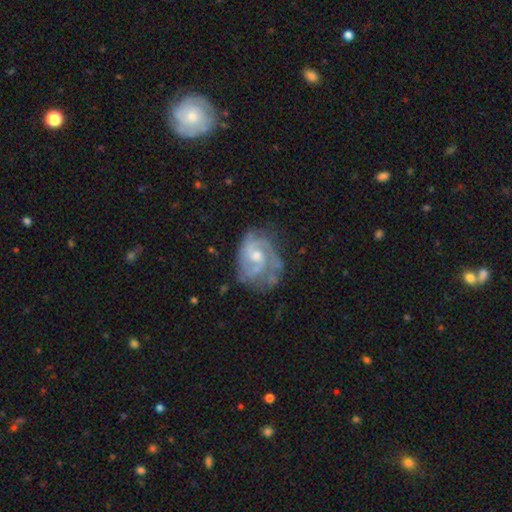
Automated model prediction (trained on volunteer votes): Overall: featured or disk (86%). Edge-on disk: no (98%). Bar: no (55%; weak 39%). Spiral arms: yes (95%). Spiral arm count: 2 (51%; 3 20%). Spiral winding: tight (46%; medium 43%). Bulge size: moderate (54%; small 40%). Merging: none (57%; minor disturbance 25%).